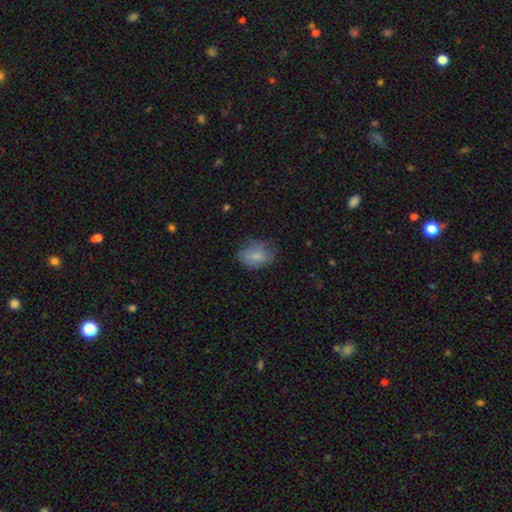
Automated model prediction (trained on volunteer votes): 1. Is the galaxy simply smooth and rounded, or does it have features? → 79% smooth, 13% featured or disk, 8% star or artifact.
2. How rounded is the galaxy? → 74% in between, 24% round, 1% cigar-shaped.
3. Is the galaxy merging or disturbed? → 67% none, 25% minor disturbance, 8% major disturbance, 1% merger.